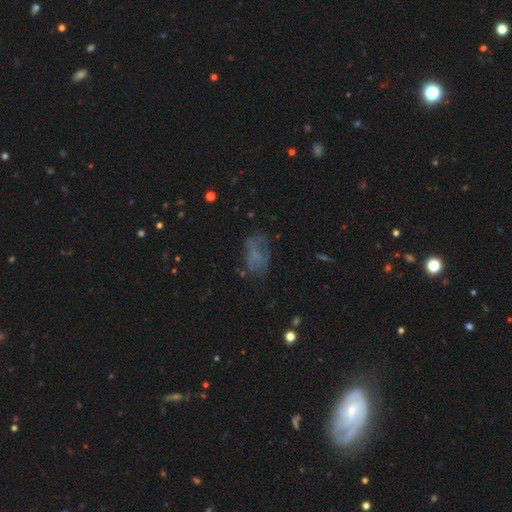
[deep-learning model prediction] Overall: smooth (42%; featured or disk 38%). Merging: none (50%; major disturbance 25%).